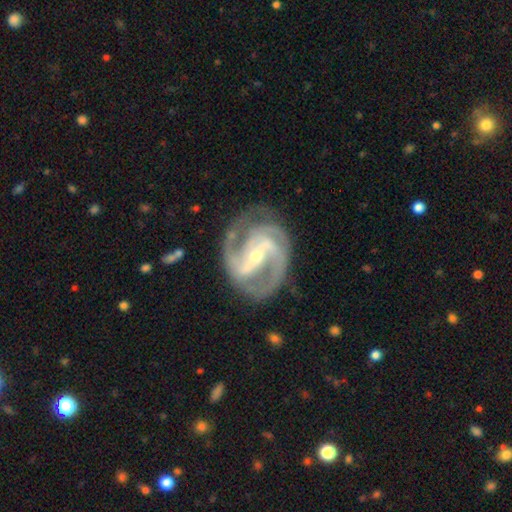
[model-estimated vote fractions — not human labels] A featured or disk galaxy (92%) with a strong bar (60%), 2 (53%) medium (52%) spiral arms (98%) and a small central bulge (59%). Merging: none (74%).